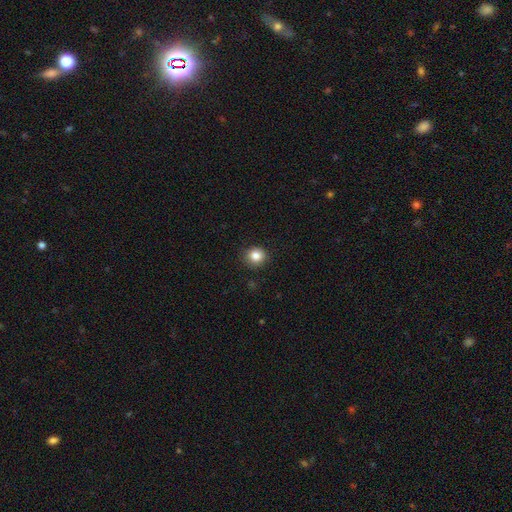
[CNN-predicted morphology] Smooth or featured?
  - smooth: 84% *
  - star or artifact: 11%
  - featured or disk: 5%
How rounded?
  - round: 87% *
  - in between: 12%
  - cigar-shaped: 1%
Merging?
  - none: 90% *
  - minor disturbance: 7%
  - major disturbance: 2%
  - merger: 1%